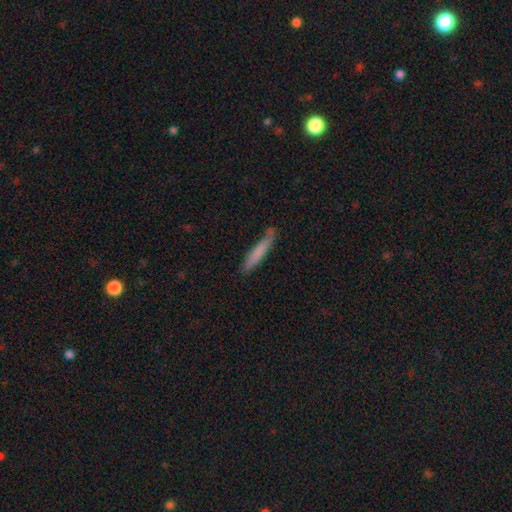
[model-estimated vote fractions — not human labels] smooth-or-featured: smooth: 55% | featured or disk: 30% | star or artifact: 16%
  how-rounded: cigar-shaped: 90% | in between: 7% | round: 2%
  merging: none: 83% | minor disturbance: 12% | major disturbance: 3% | merger: 2%